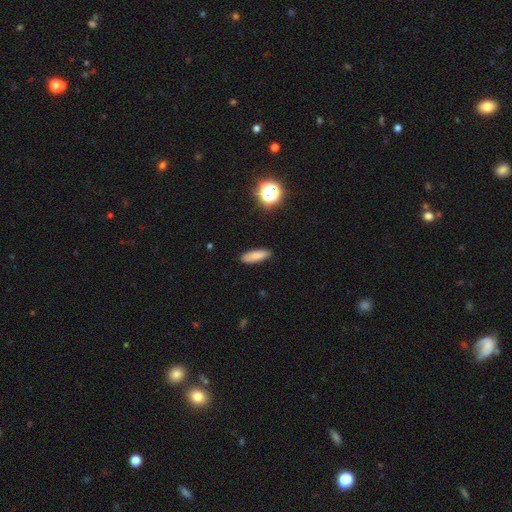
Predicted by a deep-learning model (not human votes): This appears to be a smooth galaxy with no disk features (82%) that is in between round and cigar-shaped (51%). Merging: none (87%).